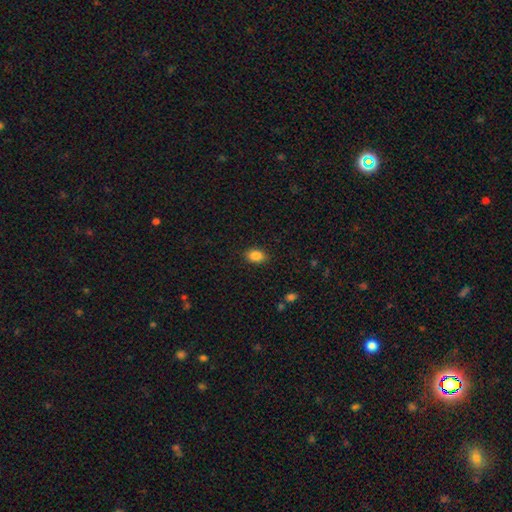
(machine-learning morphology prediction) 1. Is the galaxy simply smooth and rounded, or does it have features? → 87% smooth, 9% star or artifact, 4% featured or disk.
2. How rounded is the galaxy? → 80% in between, 18% round, 1% cigar-shaped.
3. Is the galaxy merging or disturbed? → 87% none, 9% minor disturbance, 2% major disturbance, 1% merger.